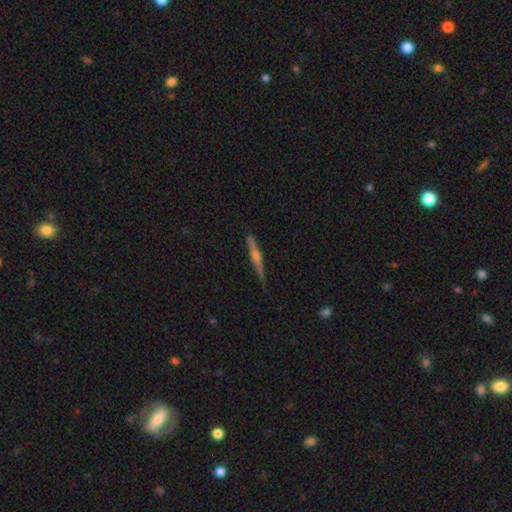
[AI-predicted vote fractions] A featured or disk galaxy (72%) viewed edge-on (98%) with a rounded central bulge (83%). Merging: none (85%).